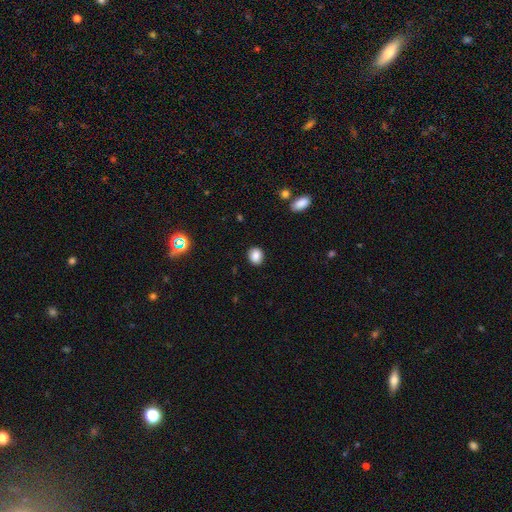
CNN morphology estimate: This appears to be a smooth galaxy with no disk features (87%) that is round (63%). Merging: none (89%).